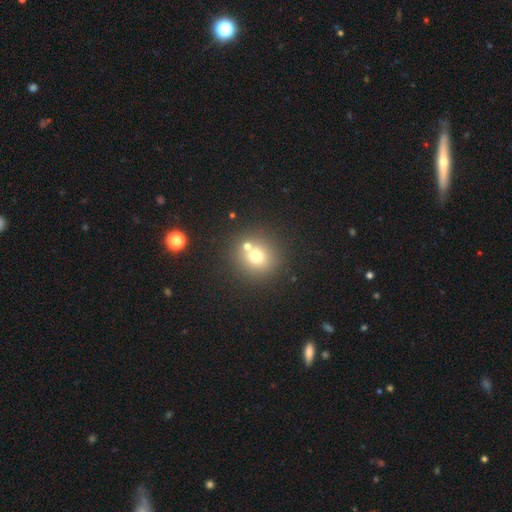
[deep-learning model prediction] Morphology: type=smooth (72%); roundness=round (88%); merging=none (68%).